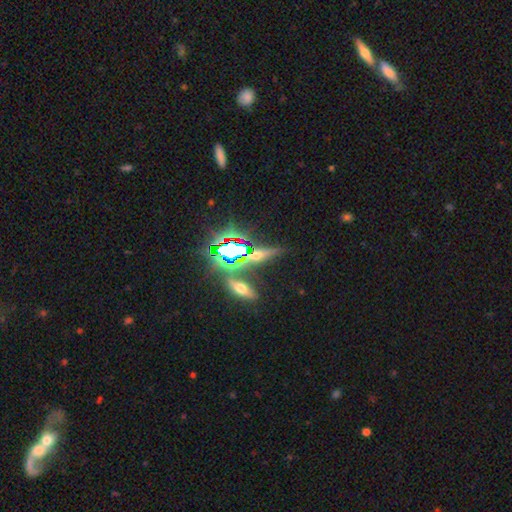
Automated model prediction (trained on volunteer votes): Smooth or featured: star or artifact — 52% (smooth — 27%)